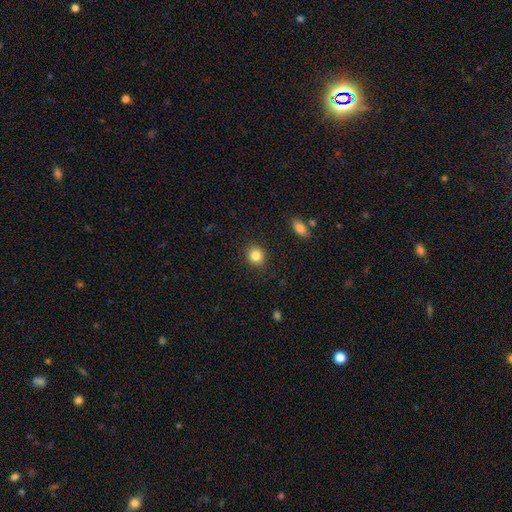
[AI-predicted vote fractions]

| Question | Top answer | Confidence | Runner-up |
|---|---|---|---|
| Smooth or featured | smooth | 84% | star or artifact (10%) |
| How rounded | round | 77% | in between (22%) |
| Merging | none | 90% | minor disturbance (7%) |